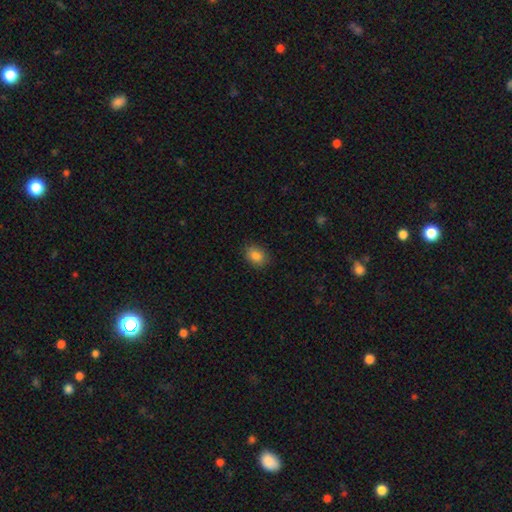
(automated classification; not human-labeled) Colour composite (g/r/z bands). It shows a smooth galaxy with no disk features (85%) that is in between round and cigar-shaped (70%). Merging: none (88%).